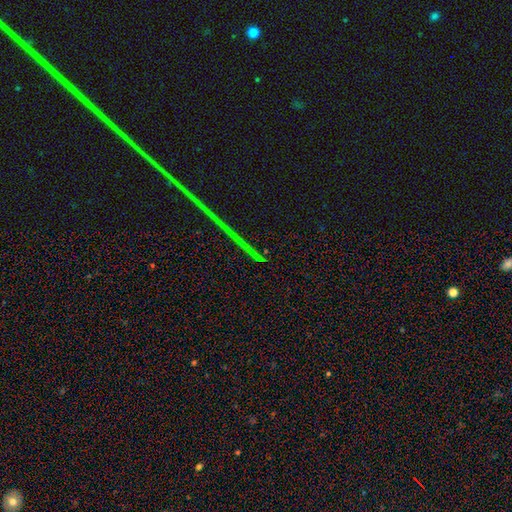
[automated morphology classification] This appears to be a star or artifact, not a galaxy (87%).